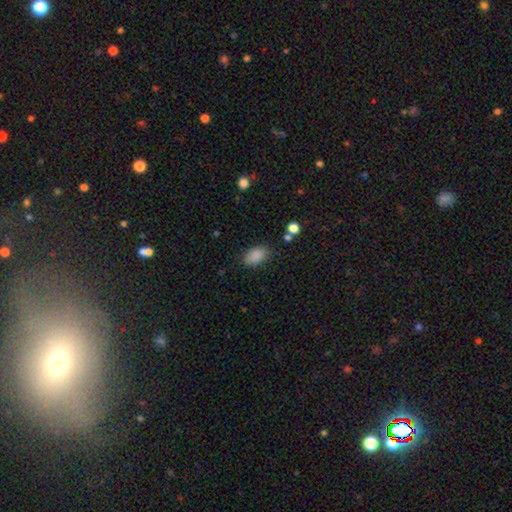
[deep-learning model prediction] This appears to be a smooth galaxy with no disk features (87%) that is in between round and cigar-shaped (90%). Merging: none (79%).